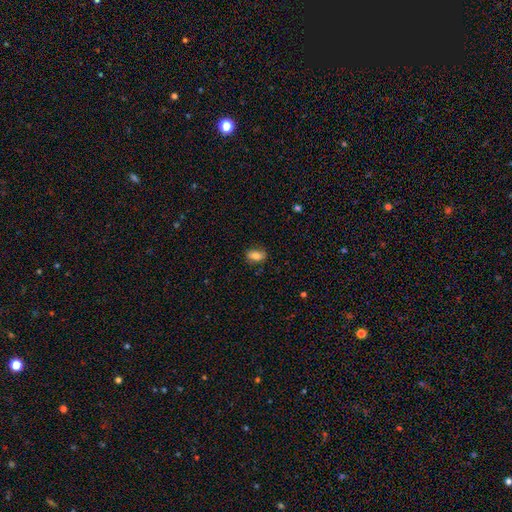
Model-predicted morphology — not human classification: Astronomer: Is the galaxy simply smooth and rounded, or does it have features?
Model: smooth — 80%.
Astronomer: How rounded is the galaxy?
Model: in between — 86%.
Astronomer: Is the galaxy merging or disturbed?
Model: none — 82%.